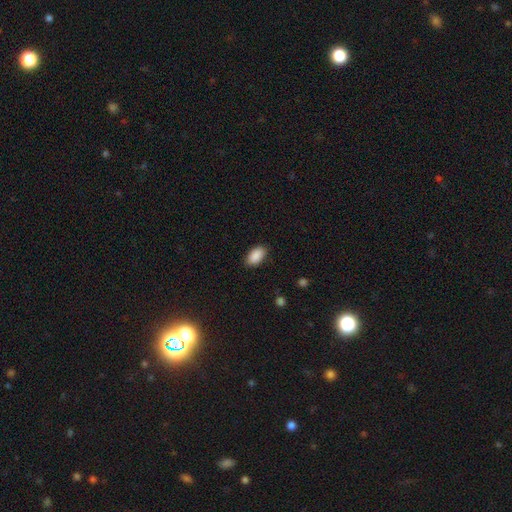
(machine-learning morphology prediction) This is clearly a smooth galaxy (90%). How rounded: clearly in between (94%). Merging: clearly none (87%).